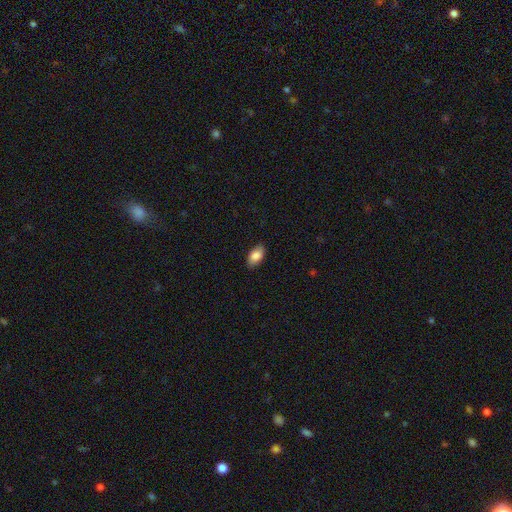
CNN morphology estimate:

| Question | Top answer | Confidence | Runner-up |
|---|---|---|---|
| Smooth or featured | smooth | 86% | star or artifact (7%) |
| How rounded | in between | 93% | round (4%) |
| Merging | none | 86% | minor disturbance (11%) |